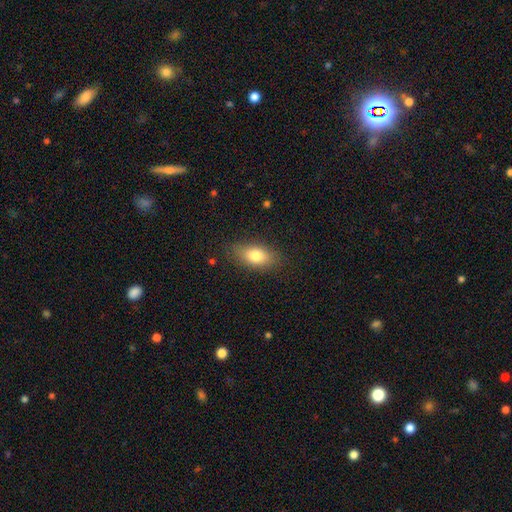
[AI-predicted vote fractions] Smooth or featured: smooth — 78% (featured or disk — 14%)
How rounded: in between — 84% (cigar-shaped — 9%)
Merging: none — 83% (minor disturbance — 13%)